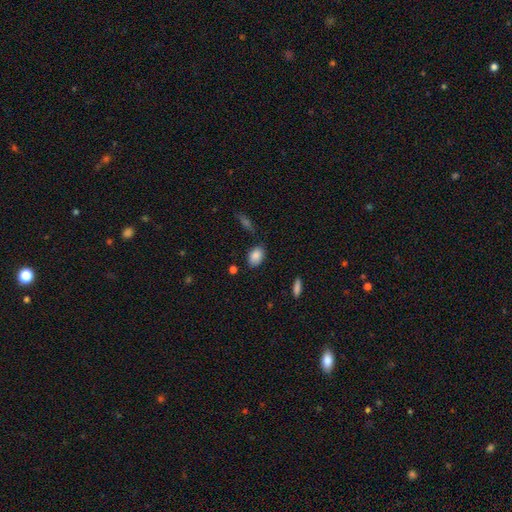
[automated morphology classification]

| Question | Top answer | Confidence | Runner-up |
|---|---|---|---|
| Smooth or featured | smooth | 87% | star or artifact (8%) |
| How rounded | in between | 87% | round (11%) |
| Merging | none | 79% | minor disturbance (15%) |